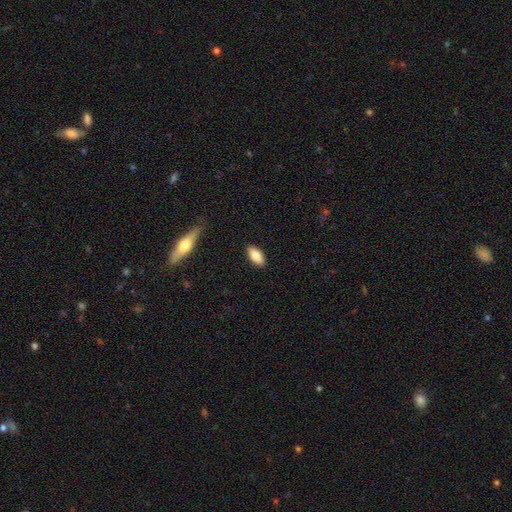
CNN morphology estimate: smooth 80%, featured or disk 13%, star or artifact 6%. Down the decision tree: how rounded — in between (87%); merging — none (88%).